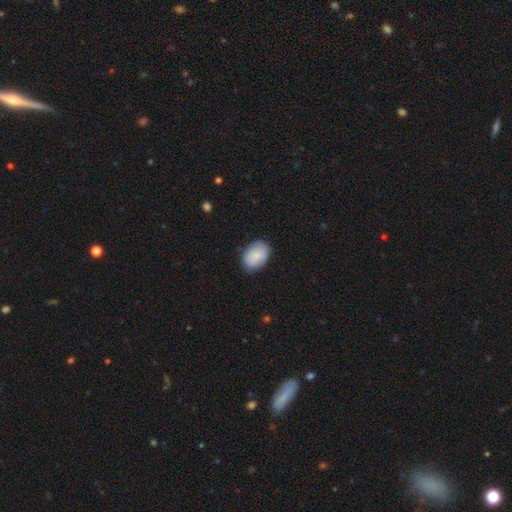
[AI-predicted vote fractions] smooth_or_featured: smooth (p=0.84) [alt: featured or disk p=0.10]
how_rounded: in between (p=0.80) [alt: round p=0.19]
merging: none (p=0.83) [alt: minor disturbance p=0.13]